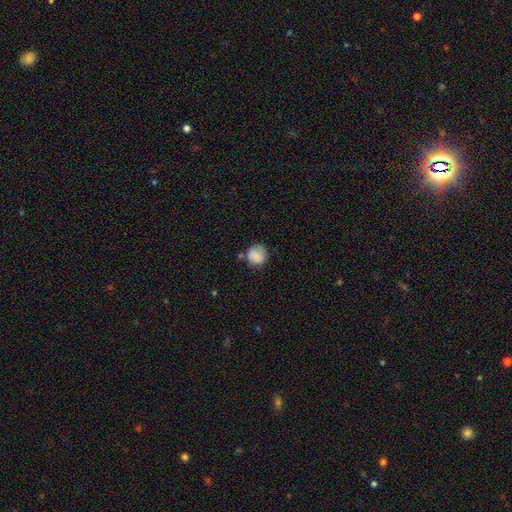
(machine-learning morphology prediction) A smooth galaxy with no disk features (85%) that is round (86%).

Vote fractions:
- Smooth or featured? smooth: 85% / star or artifact: 8% / featured or disk: 7%
- How rounded? round: 86% / in between: 13% / cigar-shaped: 1%
- Merging? none: 63% / minor disturbance: 24% / merger: 7% / major disturbance: 7%